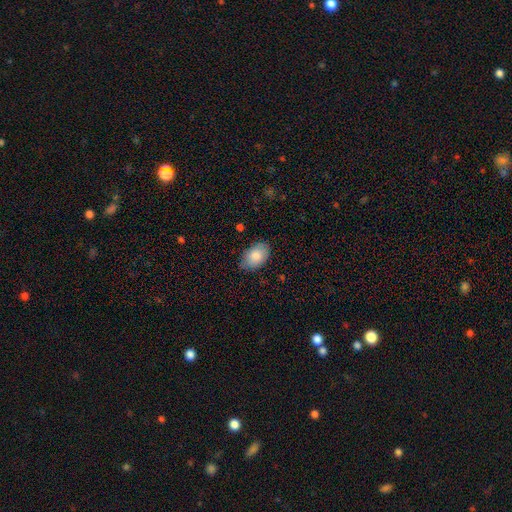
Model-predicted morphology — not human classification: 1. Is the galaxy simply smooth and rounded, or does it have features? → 85% smooth, 9% featured or disk, 6% star or artifact.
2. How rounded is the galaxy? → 91% in between, 8% round, 1% cigar-shaped.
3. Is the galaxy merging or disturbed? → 78% none, 18% minor disturbance, 3% major disturbance, 1% merger.